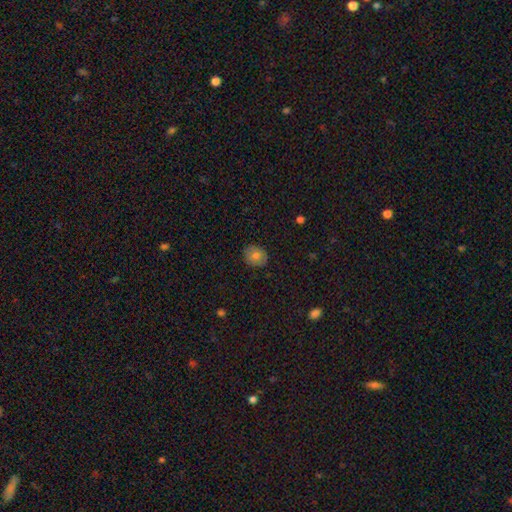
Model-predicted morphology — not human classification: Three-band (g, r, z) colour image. It shows a smooth galaxy with no disk features (75%) that is round (73%). Merging: none (83%).